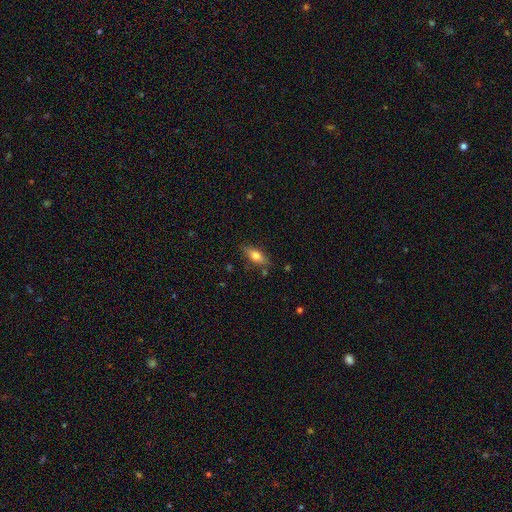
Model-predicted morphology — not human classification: This appears to be a smooth galaxy with no disk features (71%) that is in between round and cigar-shaped (72%). Merging: none (79%).